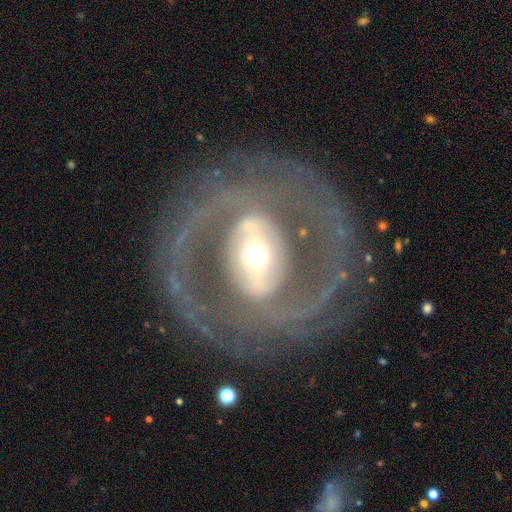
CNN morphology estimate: Smooth or featured?
  - featured or disk: 85% *
  - smooth: 9%
  - star or artifact: 6%
Edge-on disk?
  - no: 94% *
  - yes: 6%
Bar?
  - strong: 54% *
  - weak: 28%
  - no: 18%
Spiral arms?
  - yes: 76% *
  - no: 24%
Spiral winding?
  - medium: 44% *
  - tight: 36%
  - loose: 20%
Spiral arm count?
  - 2: 77% *
  - can't tell: 11%
  - 3: 4%
  - 1: 3%
  - 4: 2%
  - more than 4: 2%
Bulge size?
  - moderate: 57% *
  - small: 22%
  - large: 17%
  - dominant: 3%
  - none: 1%
Merging?
  - none: 77% *
  - major disturbance: 11%
  - minor disturbance: 11%
  - merger: 2%